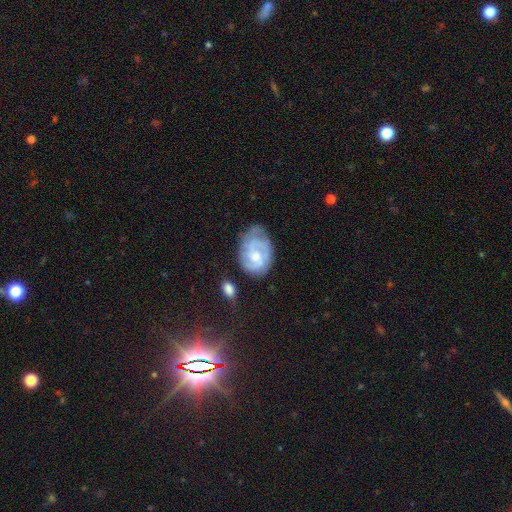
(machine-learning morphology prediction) Smooth or featured?
  - featured or disk: 71% *
  - smooth: 23%
  - star or artifact: 6%
Edge-on disk?
  - no: 97% *
  - yes: 3%
Bar?
  - no: 58% *
  - weak: 37%
  - strong: 5%
Spiral arms?
  - yes: 89% *
  - no: 11%
Spiral winding?
  - tight: 50% *
  - medium: 38%
  - loose: 12%
Spiral arm count?
  - 2: 49% *
  - can't tell: 26%
  - 3: 15%
  - 1: 5%
  - 4: 3%
  - more than 4: 2%
Bulge size?
  - moderate: 50% *
  - small: 43%
  - none: 3%
  - large: 3%
  - dominant: 1%
Merging?
  - none: 54% *
  - minor disturbance: 30%
  - major disturbance: 12%
  - merger: 5%